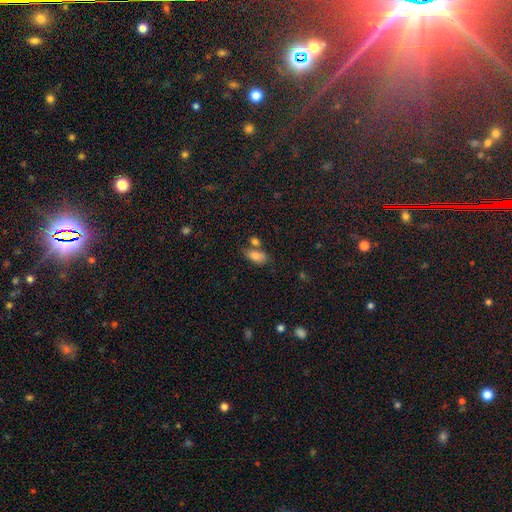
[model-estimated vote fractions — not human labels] This appears to be a smooth galaxy with no disk features (80%) that is in between round and cigar-shaped (89%). Merging: none (53%).